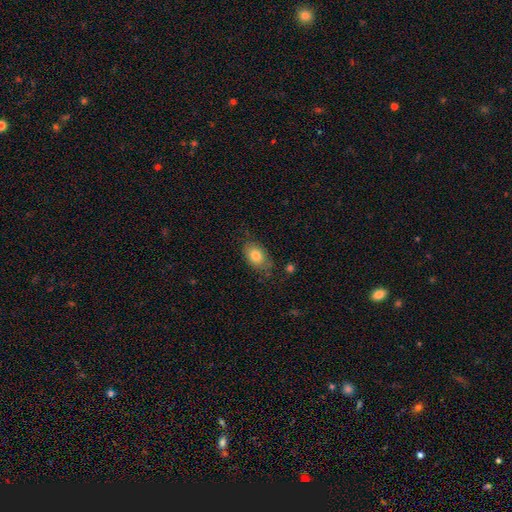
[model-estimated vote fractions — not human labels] A smooth galaxy with no disk features (80%) that is in between round and cigar-shaped (84%). Merging: none (72%).